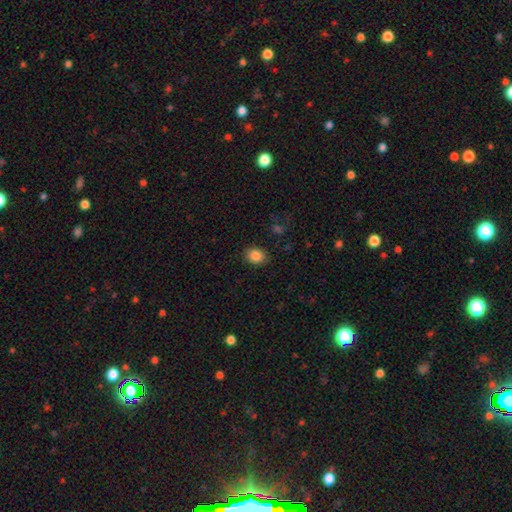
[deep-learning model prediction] Smooth or featured? smooth (86%)
How rounded? round (51%)
Merging? none (87%)